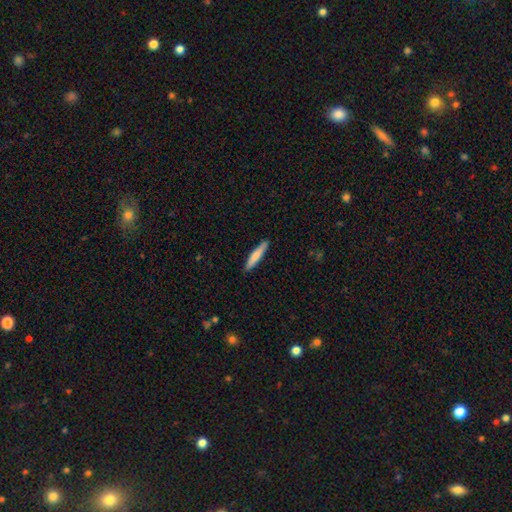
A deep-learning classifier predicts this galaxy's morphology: smooth 72%, featured or disk 22%, star or artifact 5%. Down the decision tree: how rounded — cigar-shaped (91%); merging — none (90%).